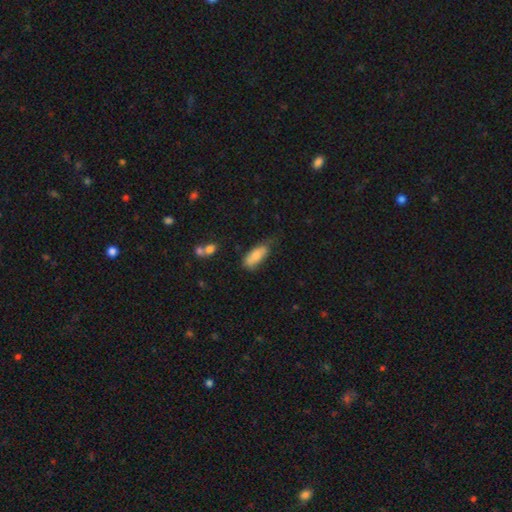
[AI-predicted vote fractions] Morphology: type=smooth (79%); roundness=in between (80%); merging=none (50%).